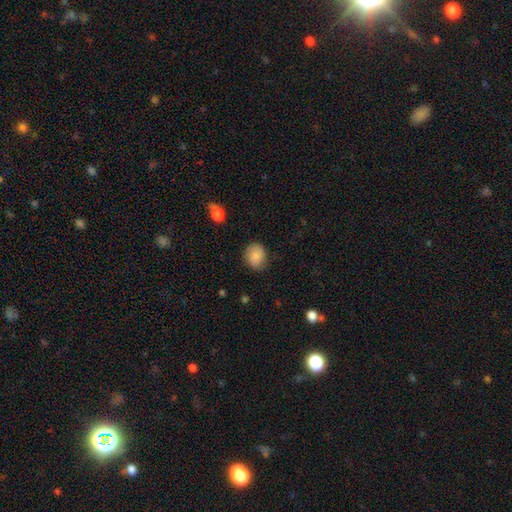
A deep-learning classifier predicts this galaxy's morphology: This appears to be a smooth galaxy with no disk features (84%) that is round (64%). Merging: none (78%).